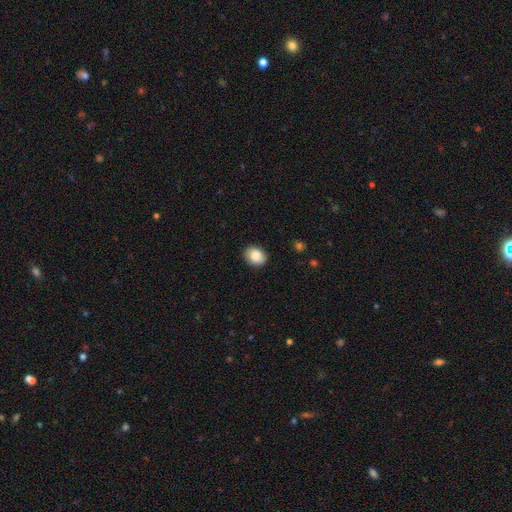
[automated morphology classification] Q: Smooth or featured?
A: smooth (86%); runner-up: star or artifact (8%)
Q: How rounded?
A: in between (55%); runner-up: round (45%)
Q: Merging?
A: none (88%); runner-up: minor disturbance (9%)